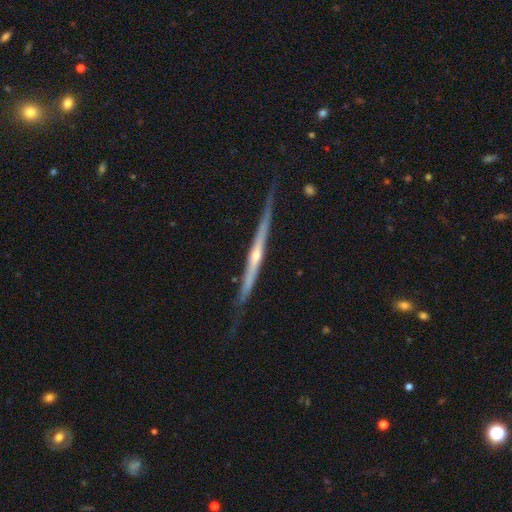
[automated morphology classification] A featured or disk galaxy (85%) viewed edge-on (98%) with a rounded central bulge (75%).

Vote fractions:
- Smooth or featured? featured or disk: 85% / smooth: 10% / star or artifact: 5%
- Edge-on disk? yes: 98% / no: 2%
- Edge-on bulge? rounded: 75% / none: 21% / boxy: 4%
- Merging? none: 82% / minor disturbance: 14% / major disturbance: 2% / merger: 2%